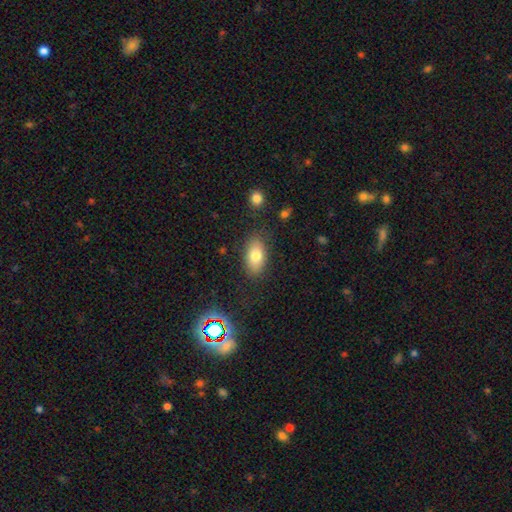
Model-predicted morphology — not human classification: Overall: smooth (78%). How rounded: in between (90%). Merging: none (82%).